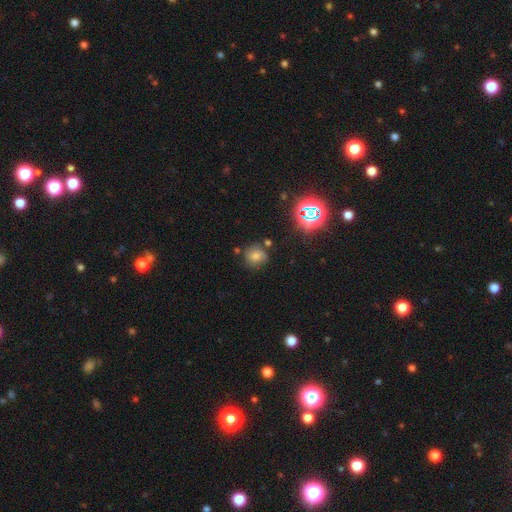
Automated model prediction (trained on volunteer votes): This appears to be a smooth galaxy with no disk features (62%) that is round (83%). Merging: none (68%).